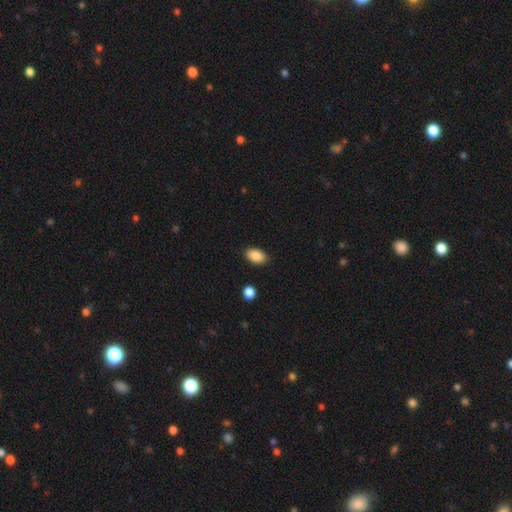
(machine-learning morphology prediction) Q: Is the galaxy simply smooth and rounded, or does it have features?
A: smooth — 89%.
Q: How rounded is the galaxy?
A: in between — 90%.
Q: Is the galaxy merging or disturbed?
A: none — 87%.